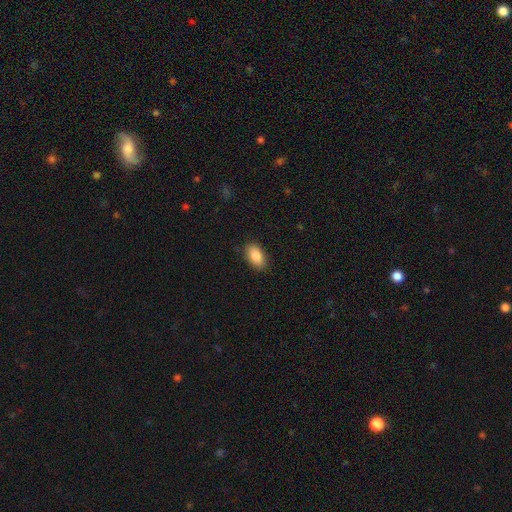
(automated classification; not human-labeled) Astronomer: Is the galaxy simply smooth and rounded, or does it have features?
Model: smooth — 87%.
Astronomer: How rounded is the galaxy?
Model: in between — 93%.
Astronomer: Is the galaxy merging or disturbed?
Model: none — 86%.